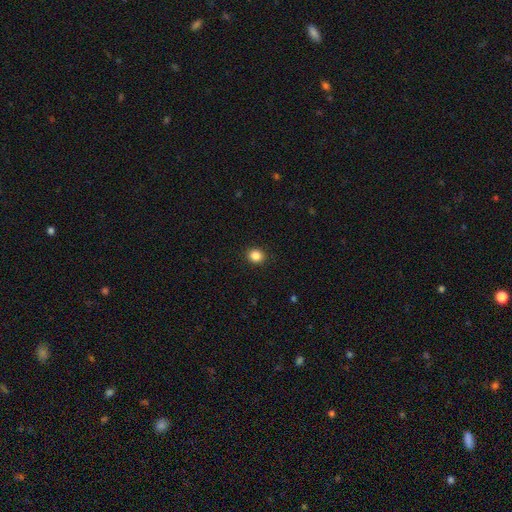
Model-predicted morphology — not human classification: This is clearly a smooth galaxy (86%). How rounded: likely round (76%). Merging: clearly none (91%).